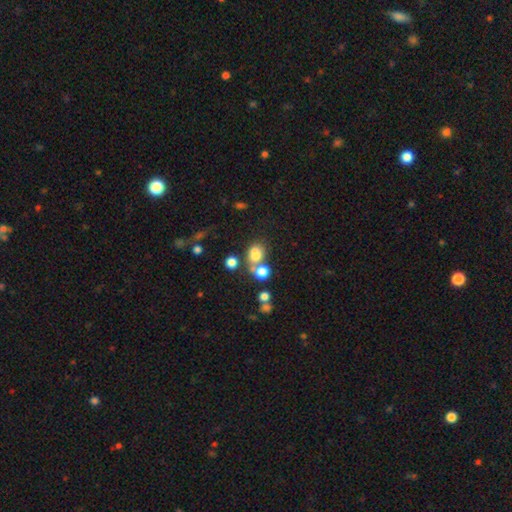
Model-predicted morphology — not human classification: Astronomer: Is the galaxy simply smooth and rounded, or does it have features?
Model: smooth — 73%.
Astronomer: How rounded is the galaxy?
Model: round — 51% (runner-up: in between, 48%).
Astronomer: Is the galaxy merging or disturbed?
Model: none — 42% (runner-up: merger, 38%).